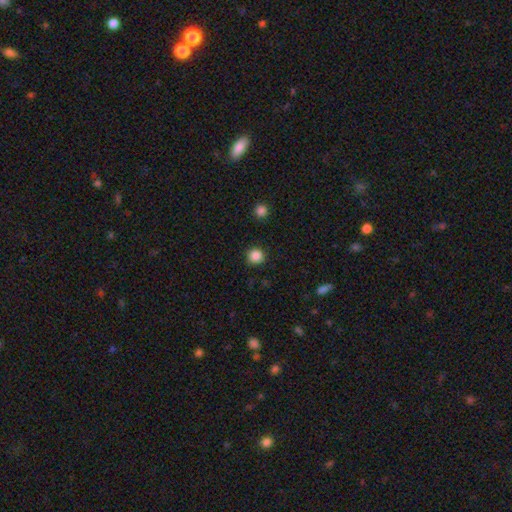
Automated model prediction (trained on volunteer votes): Q: Smooth or featured?
A: smooth (86%); runner-up: star or artifact (11%)
Q: How rounded?
A: round (94%); runner-up: in between (5%)
Q: Merging?
A: none (91%); runner-up: minor disturbance (5%)